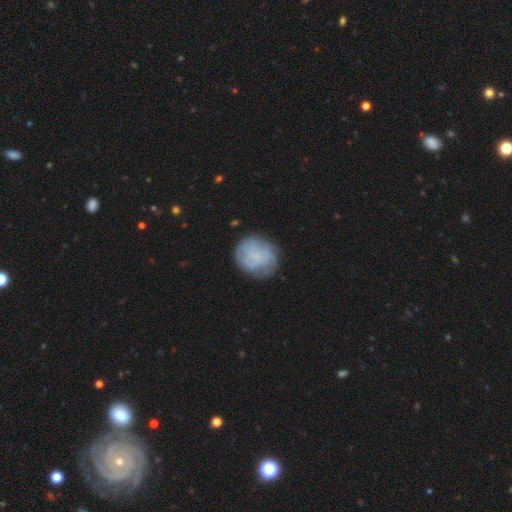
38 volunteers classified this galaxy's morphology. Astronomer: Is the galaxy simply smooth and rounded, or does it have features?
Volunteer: smooth — 53% (runner-up: featured or disk, 42%).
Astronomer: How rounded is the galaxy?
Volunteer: round — 65%.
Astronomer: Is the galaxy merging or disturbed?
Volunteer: none — 75%.